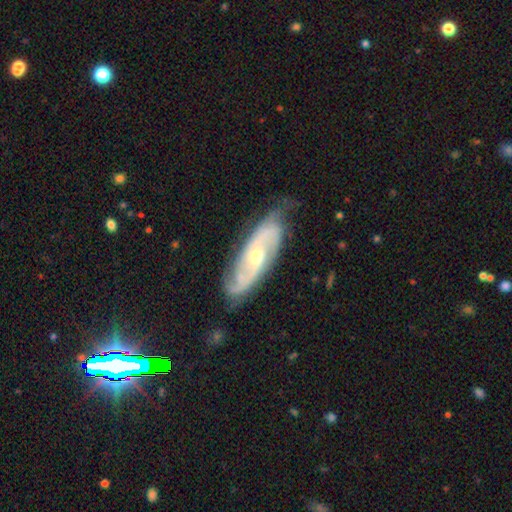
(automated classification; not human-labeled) featured or disk 84%, smooth 10%, star or artifact 6%. Down the decision tree: edge-on disk — no (88%); bar — no (63%); spiral arms — yes (95%); spiral arm count — 2 (54%); spiral winding — tight (47%); bulge size — small (49%); merging — none (73%).